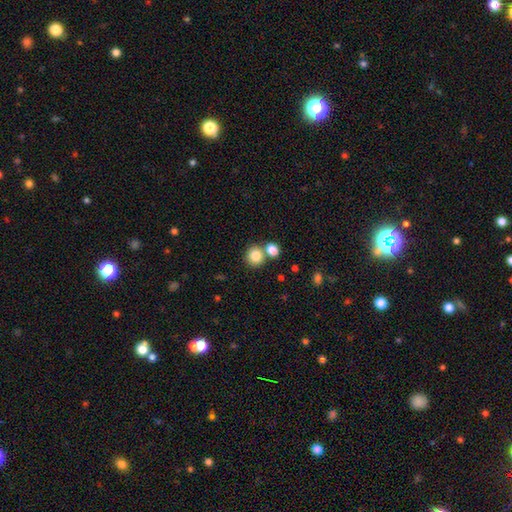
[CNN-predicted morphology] The model was most divided on "merging": none: 57%, merger: 32%, minor disturbance: 8%, major disturbance: 3%. More confident: how rounded — round (84%); smooth or featured — smooth (83%).